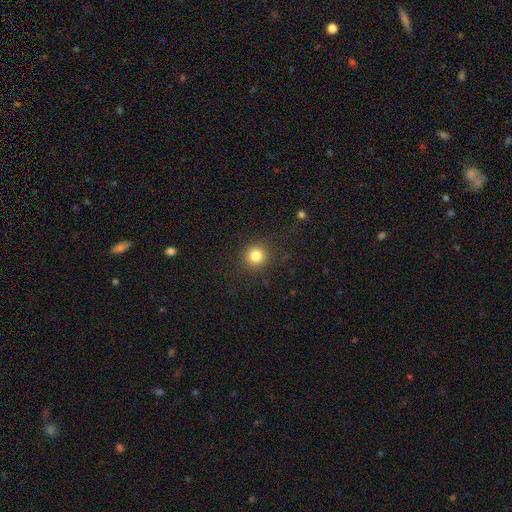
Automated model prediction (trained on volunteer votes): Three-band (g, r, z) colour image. It shows a smooth galaxy with no disk features (83%) that is round (93%). Merging: none (89%).